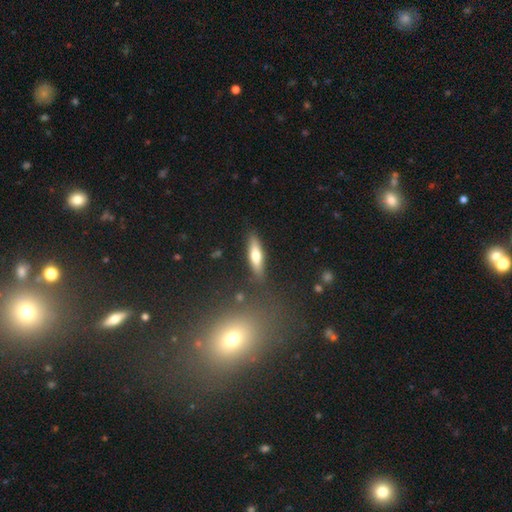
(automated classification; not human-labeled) Smooth or featured: smooth — 61% (featured or disk — 33%)
How rounded: cigar-shaped — 66% (in between — 32%)
Merging: none — 85% (minor disturbance — 10%)